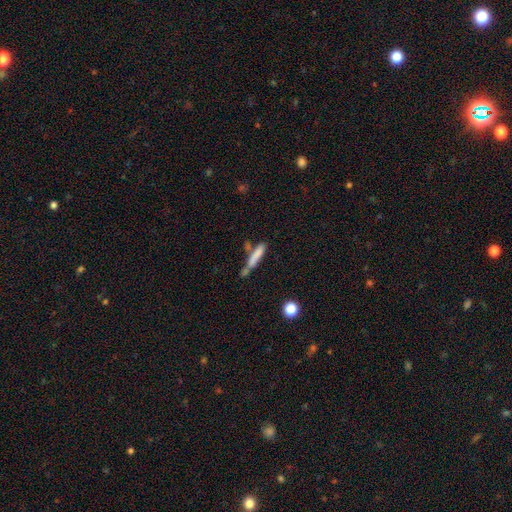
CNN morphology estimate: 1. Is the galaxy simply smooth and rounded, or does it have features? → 73% smooth, 19% featured or disk, 8% star or artifact.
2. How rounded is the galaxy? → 86% cigar-shaped, 12% in between, 2% round.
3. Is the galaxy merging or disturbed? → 46% none, 26% merger, 19% minor disturbance, 9% major disturbance.